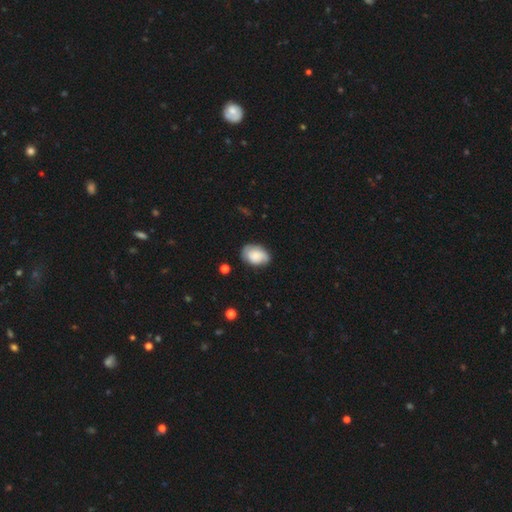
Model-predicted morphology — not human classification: Smooth or featured? smooth (62%)
How rounded? in between (78%)
Merging? none (66%)